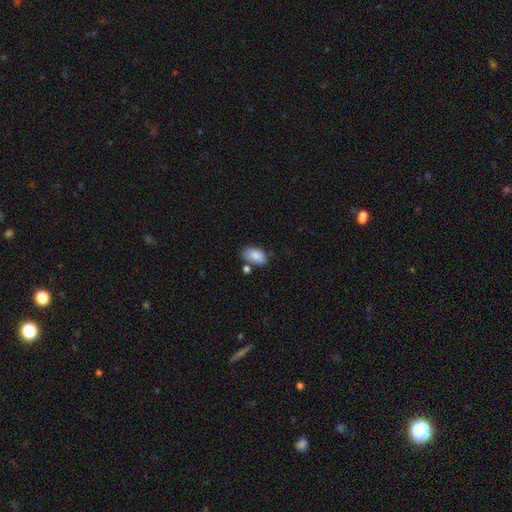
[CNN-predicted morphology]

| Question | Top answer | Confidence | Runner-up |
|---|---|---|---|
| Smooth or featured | smooth | 86% | featured or disk (7%) |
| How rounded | in between | 93% | round (6%) |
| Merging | none | 64% | minor disturbance (18%) |